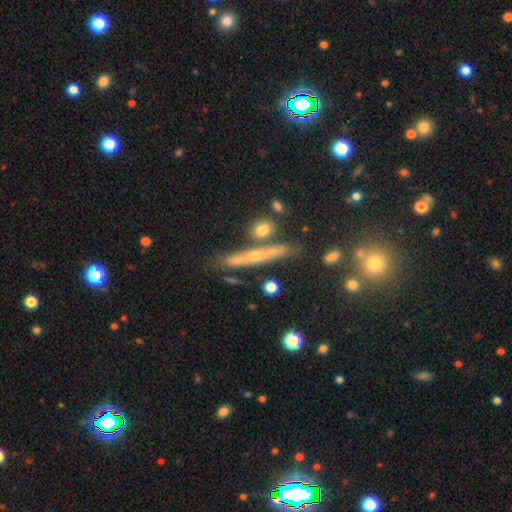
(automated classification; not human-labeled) A featured or disk galaxy (58%) viewed edge-on (90%) with a rounded central bulge (75%). Merging: none (74%).